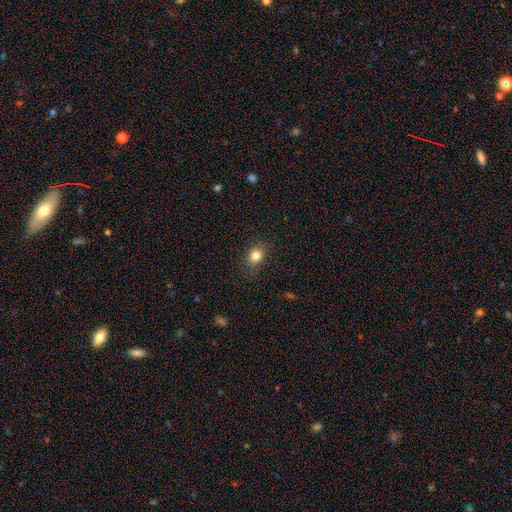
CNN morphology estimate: Smooth or featured?
  - smooth: 82% *
  - star or artifact: 12%
  - featured or disk: 6%
How rounded?
  - round: 60% *
  - in between: 38%
  - cigar-shaped: 1%
Merging?
  - none: 82% *
  - minor disturbance: 13%
  - major disturbance: 4%
  - merger: 1%